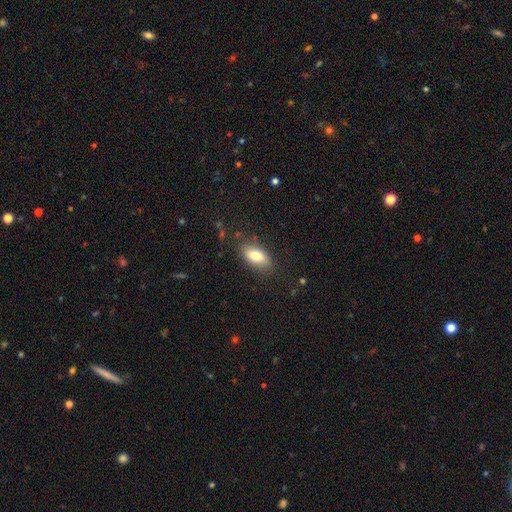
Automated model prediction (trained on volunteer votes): This is clearly a smooth galaxy (80%). How rounded: clearly in between (89%). Merging: clearly none (81%).